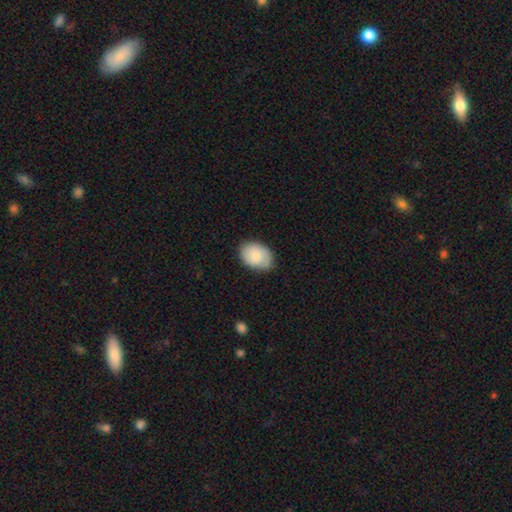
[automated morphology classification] This is likely a smooth galaxy (80%). How rounded: likely in between (77%). Merging: likely none (76%).